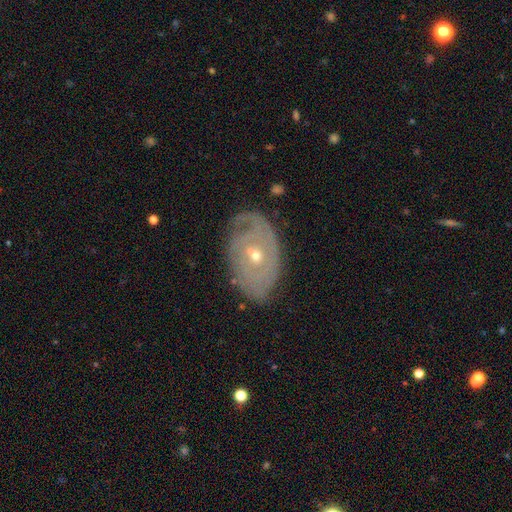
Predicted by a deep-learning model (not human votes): Overall: featured or disk (79%). Edge-on disk: no (95%). Bar: no (64%; weak 29%). Spiral arms: yes (83%). Spiral arm count: can't tell (45%; 2 25%). Spiral winding: tight (72%). Bulge size: small (62%; moderate 35%). Merging: none (62%; minor disturbance 23%).